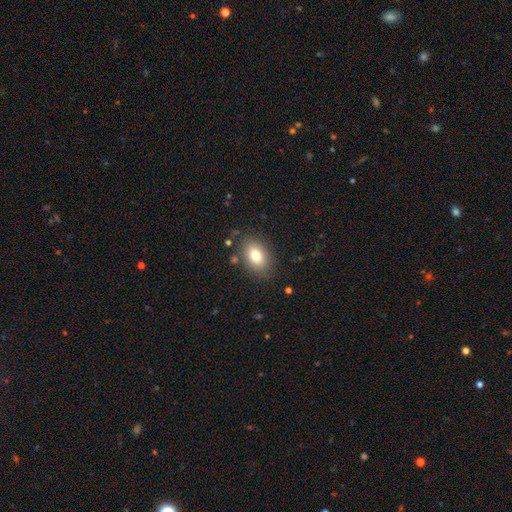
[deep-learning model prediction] Q: Smooth or featured?
A: smooth (79%); runner-up: featured or disk (12%)
Q: How rounded?
A: in between (82%); runner-up: round (17%)
Q: Merging?
A: none (82%); runner-up: minor disturbance (12%)